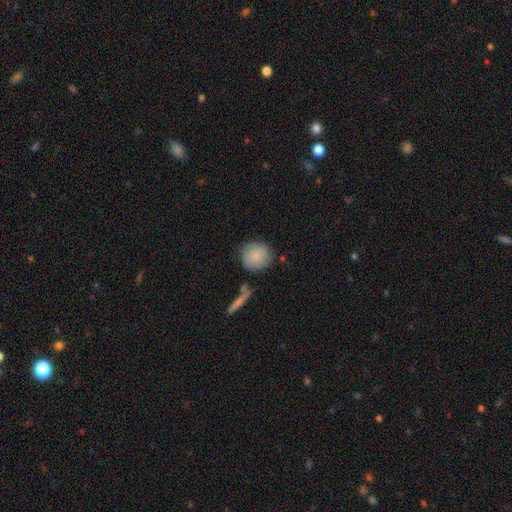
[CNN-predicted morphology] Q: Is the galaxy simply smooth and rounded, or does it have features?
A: smooth — 79%.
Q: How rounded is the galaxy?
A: round — 89%.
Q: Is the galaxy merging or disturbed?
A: none — 72%.